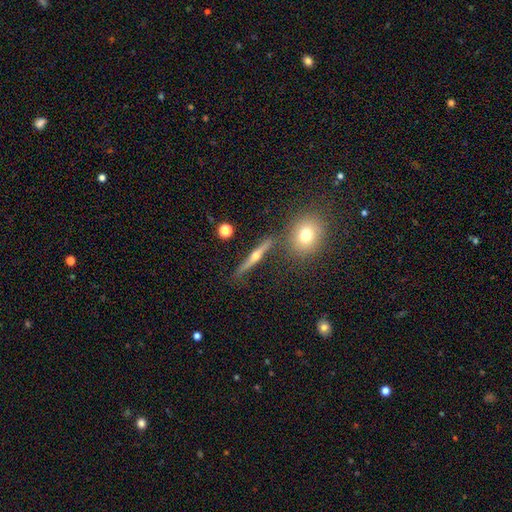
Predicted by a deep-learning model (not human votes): smooth_or_featured: featured or disk (p=0.73) [alt: smooth p=0.18]
disk_edge_on: yes (p=0.94) [alt: no p=0.06]
edge_on_bulge: rounded (p=0.94) [alt: none p=0.03]
merging: none (p=0.83) [alt: minor disturbance p=0.09]